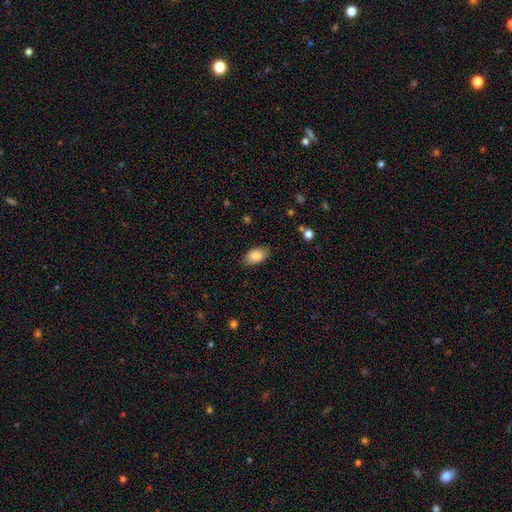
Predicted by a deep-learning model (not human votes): The model was most divided on "merging": none: 83%, minor disturbance: 12%, major disturbance: 3%, merger: 1%. More confident: how rounded — in between (93%); smooth or featured — smooth (86%).